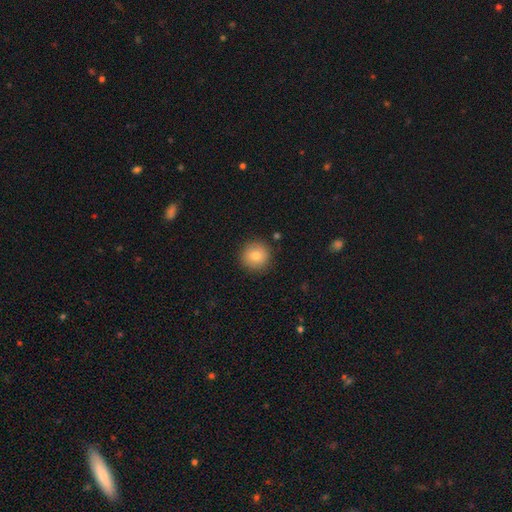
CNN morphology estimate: A smooth galaxy with no disk features (81%) that is round (94%).

Vote fractions:
- Smooth or featured? smooth: 81% / featured or disk: 10% / star or artifact: 9%
- How rounded? round: 94% / in between: 5% / cigar-shaped: 1%
- Merging? none: 89% / minor disturbance: 7% / major disturbance: 2% / merger: 1%